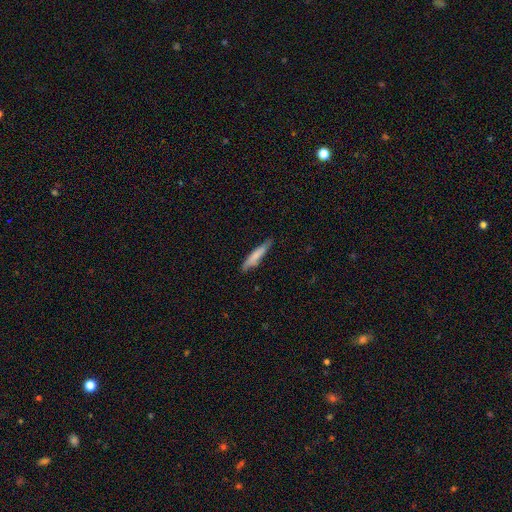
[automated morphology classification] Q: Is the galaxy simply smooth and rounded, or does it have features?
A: smooth — 72%.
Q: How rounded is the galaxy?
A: cigar-shaped — 88%.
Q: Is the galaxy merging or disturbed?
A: none — 76%.